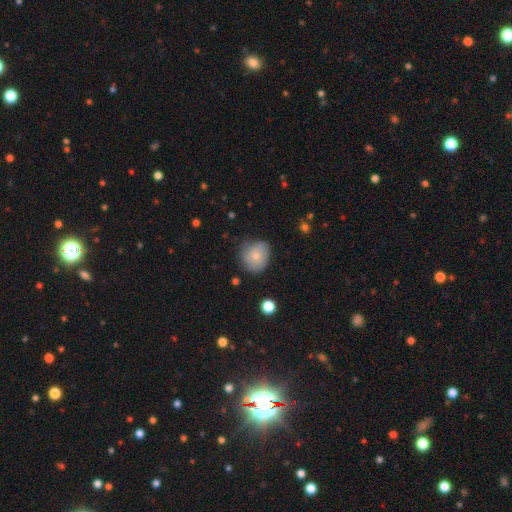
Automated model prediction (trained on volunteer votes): A smooth galaxy with no disk features (72%) that is round (78%). Merging: none (61%).